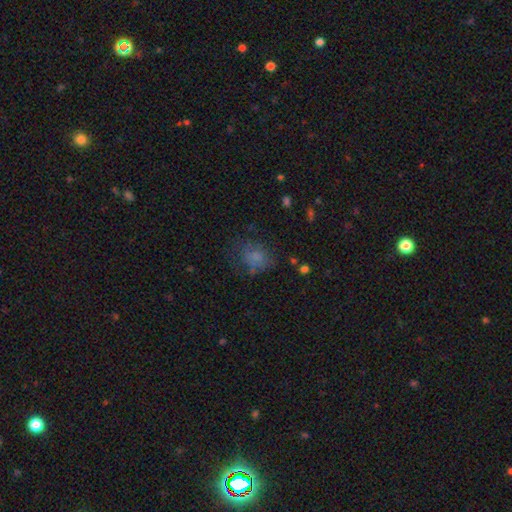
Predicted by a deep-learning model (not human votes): A smooth galaxy with no disk features (67%) that is in between round and cigar-shaped (50%). Merging: none (56%).